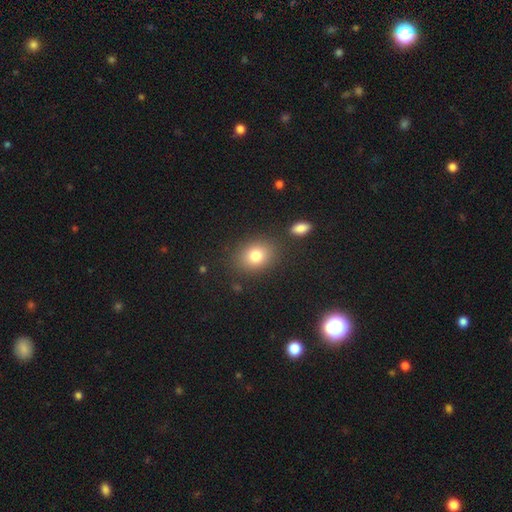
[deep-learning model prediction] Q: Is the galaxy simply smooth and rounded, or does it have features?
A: smooth — 80%.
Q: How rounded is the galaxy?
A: in between — 50%.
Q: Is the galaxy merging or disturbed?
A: none — 82%.